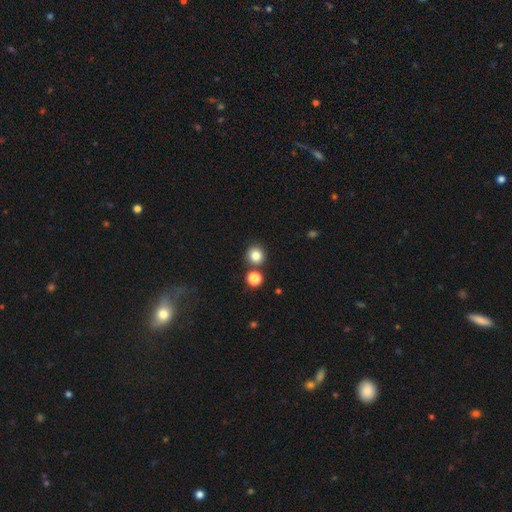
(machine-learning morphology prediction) The model was most divided on "merging": none: 79%, merger: 11%, minor disturbance: 7%, major disturbance: 2%. More confident: how rounded — round (91%); smooth or featured — smooth (83%).